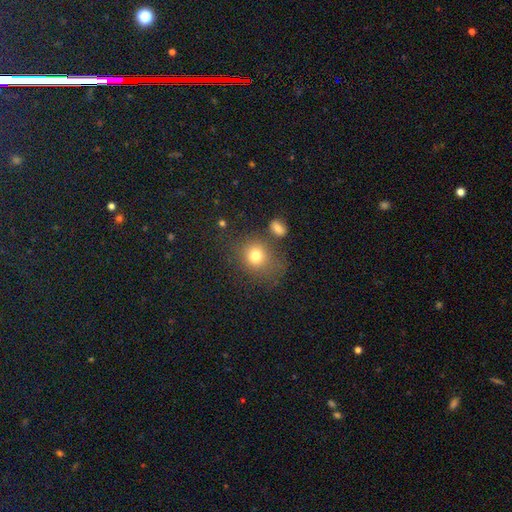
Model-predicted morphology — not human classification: type=smooth (76%); roundness=round (74%); merging=none (66%).